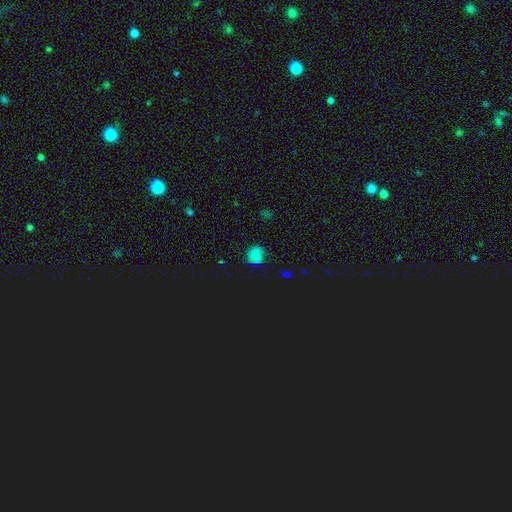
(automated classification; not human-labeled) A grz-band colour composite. It shows a smooth galaxy with no disk features (66%) that is round (87%). Merging: none (80%).